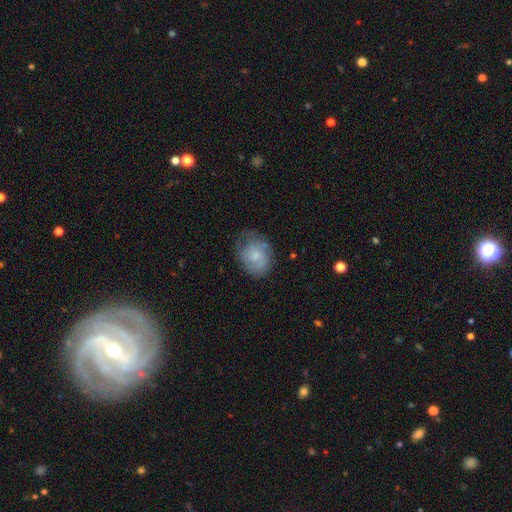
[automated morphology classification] Smooth or featured: smooth — 58% (featured or disk — 34%)
How rounded: in between — 61% (round — 38%)
Merging: none — 58% (minor disturbance — 28%)